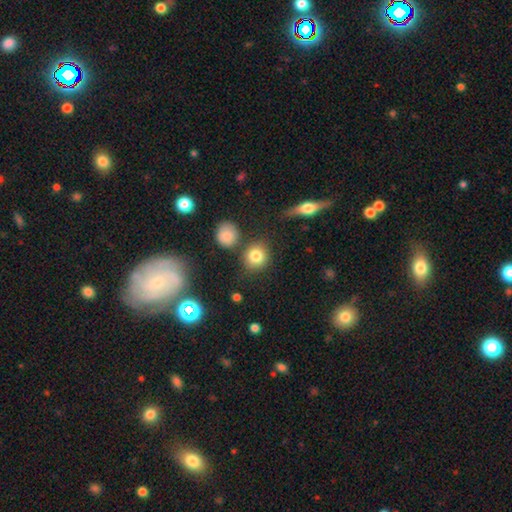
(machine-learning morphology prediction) type=smooth (81%); roundness=round (80%); merging=none (76%).